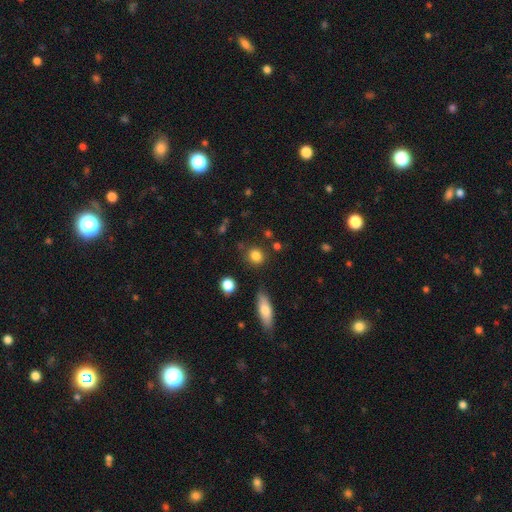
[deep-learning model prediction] smooth_or_featured: smooth (p=0.83) [alt: star or artifact p=0.11]
how_rounded: round (p=0.79) [alt: in between p=0.20]
merging: none (p=0.82) [alt: minor disturbance p=0.10]